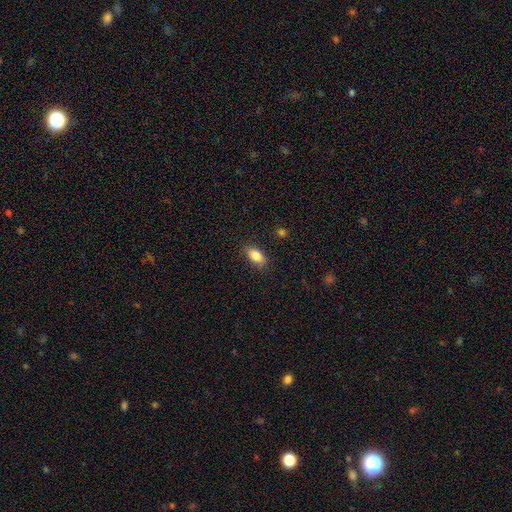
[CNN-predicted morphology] The model was most divided on "merging": none: 85%, minor disturbance: 11%, major disturbance: 3%, merger: 1%. More confident: how rounded — in between (88%); smooth or featured — smooth (84%).